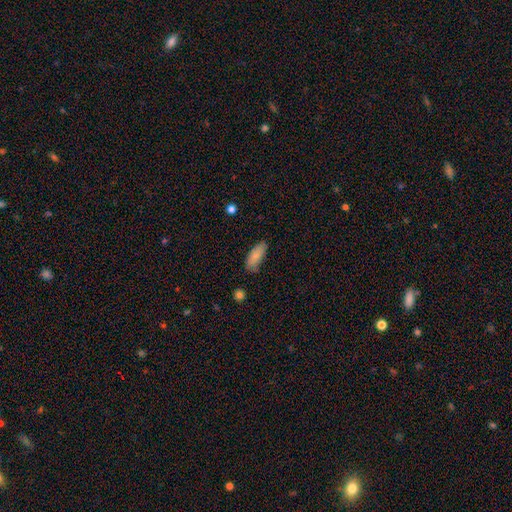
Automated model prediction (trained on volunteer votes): This appears to be a smooth galaxy with no disk features (85%) that is in between round and cigar-shaped (78%). Merging: none (71%).